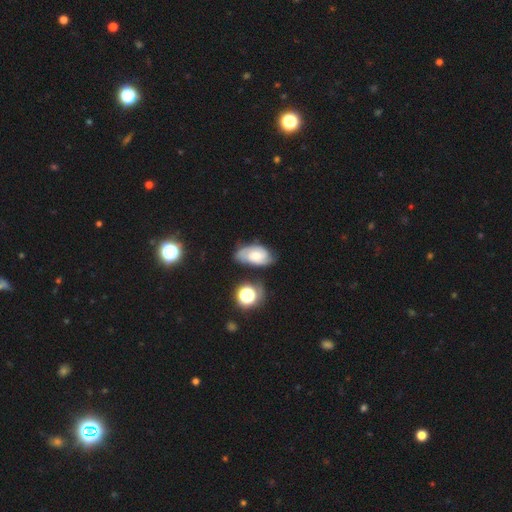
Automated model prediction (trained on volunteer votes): This appears to be a featured or disk galaxy (58%) with no bar (64%), spiral arms (88%) and a moderate central bulge (42%). Merging: none (58%).